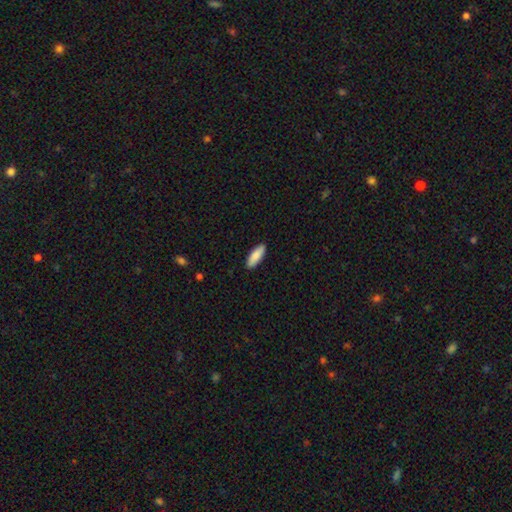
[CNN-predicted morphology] type=smooth (89%); roundness=in between (65%); merging=none (90%).